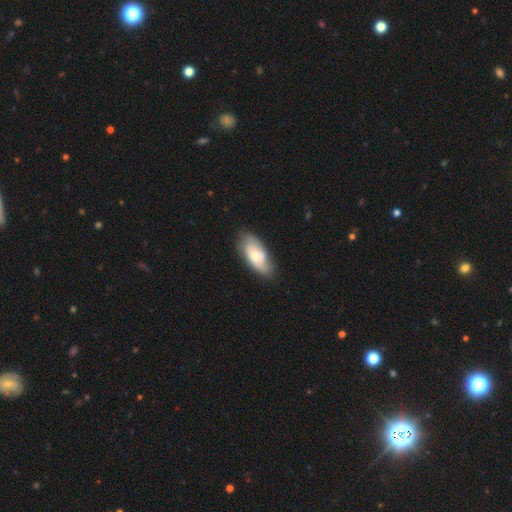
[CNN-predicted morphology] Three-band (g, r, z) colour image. It shows a smooth galaxy with no disk features (52%) that is in between round and cigar-shaped (88%). Merging: none (69%).